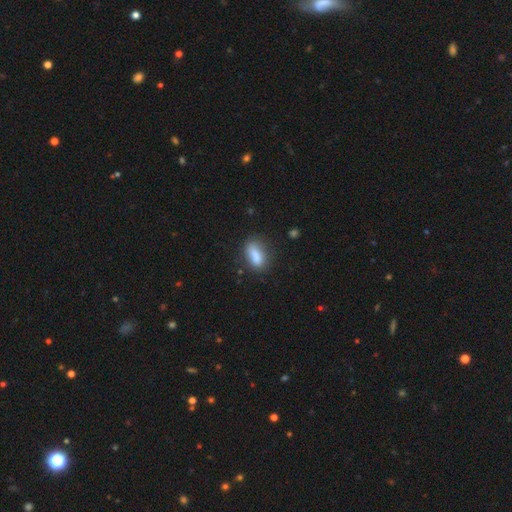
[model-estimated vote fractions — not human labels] A smooth galaxy with no disk features (83%) that is in between round and cigar-shaped (82%). Merging: none (68%).